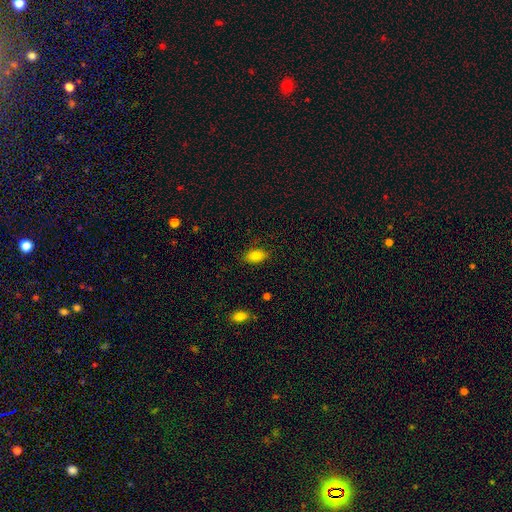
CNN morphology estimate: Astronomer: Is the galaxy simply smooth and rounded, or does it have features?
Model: smooth — 83%.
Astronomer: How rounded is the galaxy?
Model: in between — 91%.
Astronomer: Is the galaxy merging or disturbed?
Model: none — 84%.